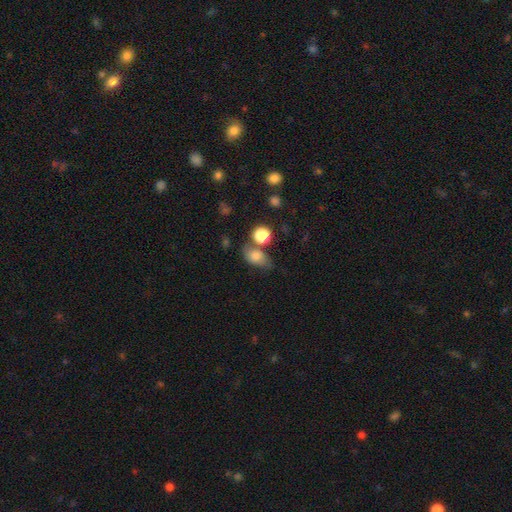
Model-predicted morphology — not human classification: The model was most divided on "merging": none: 53%, minor disturbance: 21%, merger: 18%, major disturbance: 8%. More confident: smooth or featured — smooth (76%); how rounded — in between (74%).